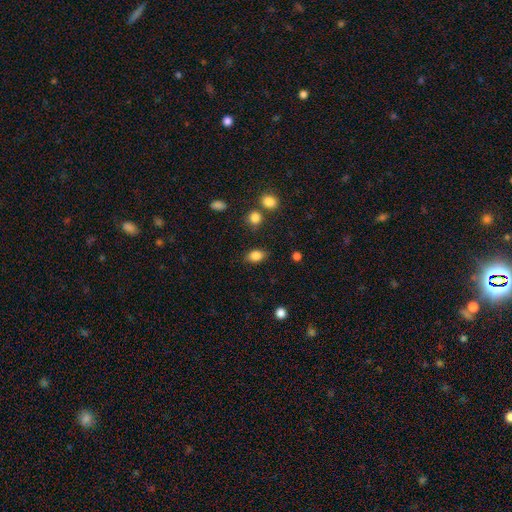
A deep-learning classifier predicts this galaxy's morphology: This appears to be a smooth galaxy with no disk features (84%) that is in between round and cigar-shaped (78%). Merging: none (82%).